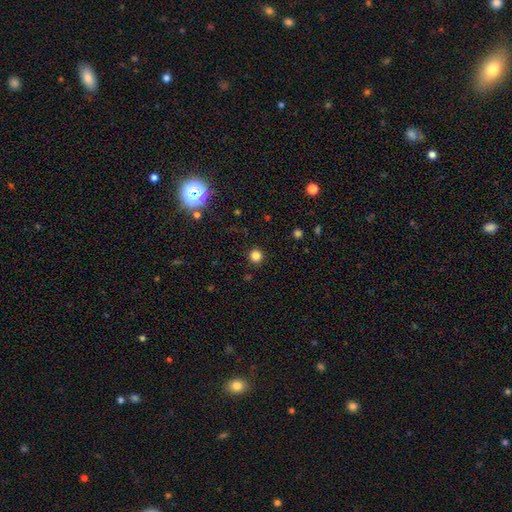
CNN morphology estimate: A smooth galaxy with no disk features (83%) that is round (95%).

Vote fractions:
- Smooth or featured? smooth: 83% / star or artifact: 14% / featured or disk: 4%
- How rounded? round: 95% / in between: 4% / cigar-shaped: 1%
- Merging? none: 91% / minor disturbance: 5% / major disturbance: 2% / merger: 1%